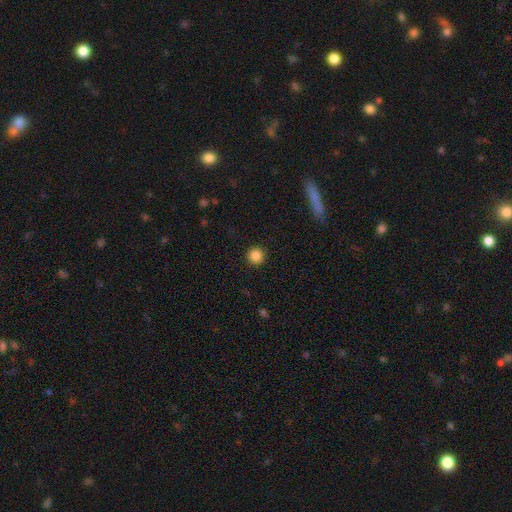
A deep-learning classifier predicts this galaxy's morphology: Smooth or featured: smooth — 86% (star or artifact — 10%)
How rounded: round — 95% (in between — 4%)
Merging: none — 92% (minor disturbance — 5%)